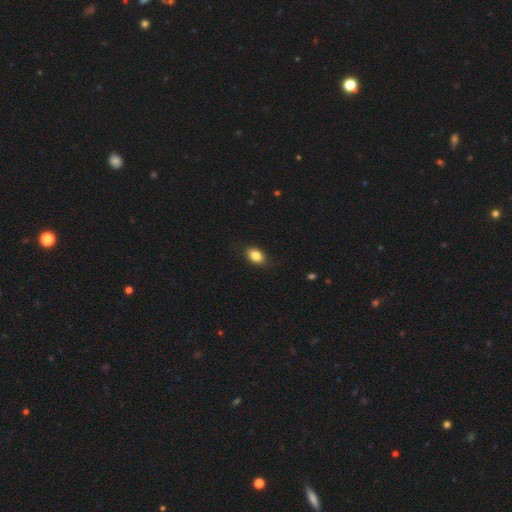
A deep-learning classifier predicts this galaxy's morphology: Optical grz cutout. It shows a smooth galaxy with no disk features (83%) that is in between round and cigar-shaped (83%). Merging: none (83%).